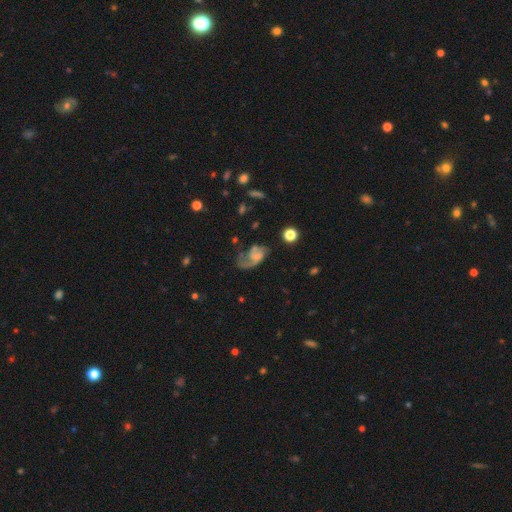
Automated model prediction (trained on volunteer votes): A featured or disk galaxy (67%) with no bar (65%), 1 (46%) loose (49%) spiral arms (85%) and no central bulge (42%).

Vote fractions:
- Smooth or featured? featured or disk: 67% / smooth: 24% / star or artifact: 10%
- Edge-on disk? no: 97% / yes: 3%
- Bar? no: 65% / weak: 30% / strong: 5%
- Spiral arms? yes: 85% / no: 15%
- Spiral winding? loose: 49% / medium: 37% / tight: 14%
- Spiral arm count? 1: 46% / 2: 42% / can't tell: 8% / 3: 2% / 4: 1% / more than 4: 1%
- Bulge size? none: 42% / small: 32% / moderate: 19% / large: 6% / dominant: 2%
- Merging? major disturbance: 40% / none: 33% / minor disturbance: 22% / merger: 5%